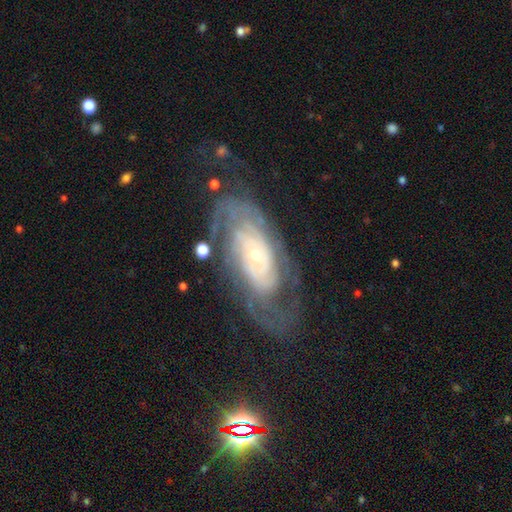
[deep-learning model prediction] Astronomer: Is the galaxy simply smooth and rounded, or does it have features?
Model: featured or disk — 84%.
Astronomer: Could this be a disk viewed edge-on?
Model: no — 93%.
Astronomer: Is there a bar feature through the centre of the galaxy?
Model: no — 75%.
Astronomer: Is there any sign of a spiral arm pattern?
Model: yes — 91%.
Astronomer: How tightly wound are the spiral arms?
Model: tight — 69%.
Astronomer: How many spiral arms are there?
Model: can't tell — 42% (runner-up: 2, 28%).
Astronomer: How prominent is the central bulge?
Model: small — 74%.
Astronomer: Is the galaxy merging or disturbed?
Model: none — 66%.